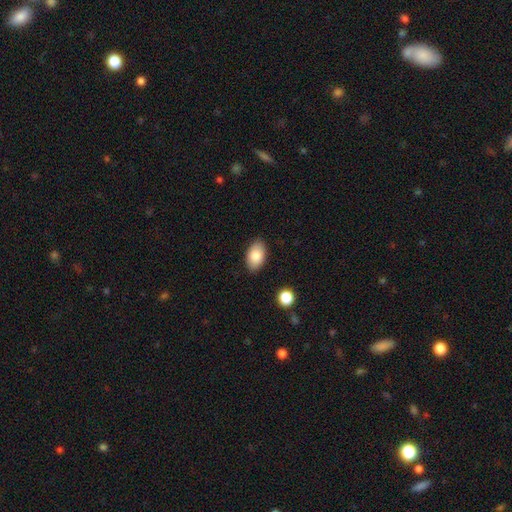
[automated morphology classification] A smooth galaxy with no disk features (84%) that is in between round and cigar-shaped (92%).

Vote fractions:
- Smooth or featured? smooth: 84% / featured or disk: 9% / star or artifact: 7%
- How rounded? in between: 92% / round: 7% / cigar-shaped: 1%
- Merging? none: 88% / minor disturbance: 9% / major disturbance: 2% / merger: 1%